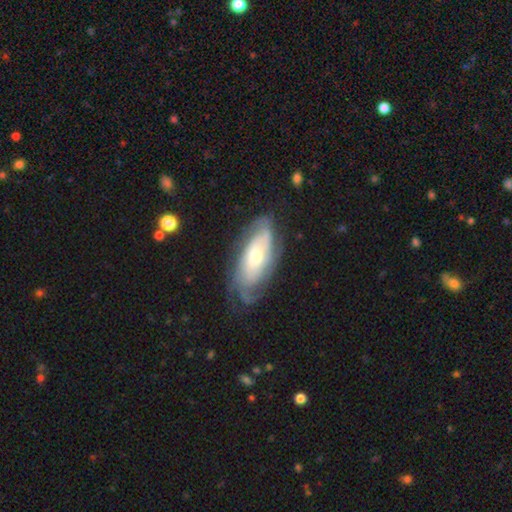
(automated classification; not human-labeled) Smooth or featured: featured or disk — 71% (smooth — 24%)
Edge-on disk: no — 88% (yes — 12%)
Bar: no — 72% (weak — 22%)
Spiral arms: yes — 87% (no — 13%)
Spiral winding: tight — 57% (medium — 30%)
Spiral arm count: can't tell — 48% (2 — 28%)
Bulge size: moderate — 52% (small — 35%)
Merging: none — 63% (minor disturbance — 24%)